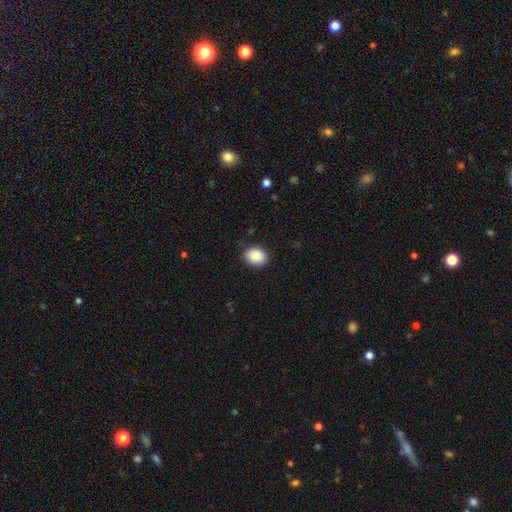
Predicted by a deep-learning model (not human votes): Smooth or featured? smooth (89%)
How rounded? in between (51%)
Merging? none (85%)